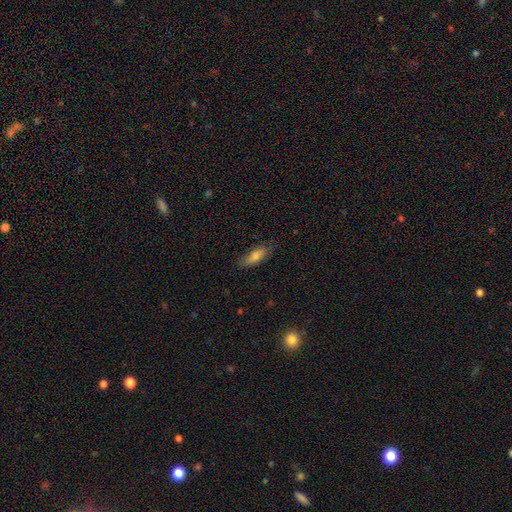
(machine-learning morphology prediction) This appears to be a smooth galaxy with no disk features (74%) that is in between round and cigar-shaped (56%). Merging: none (79%).